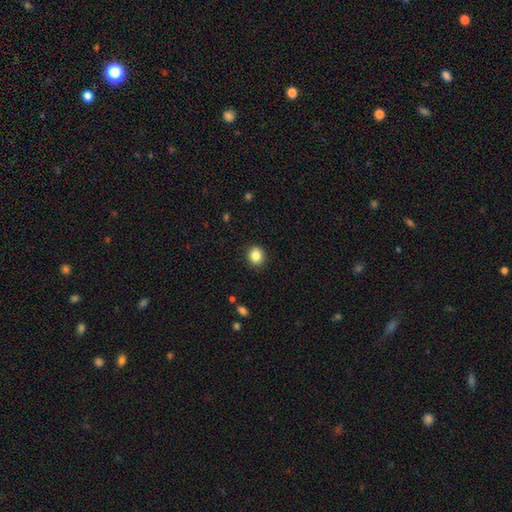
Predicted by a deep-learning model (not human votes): Morphology: type=smooth (85%); roundness=round (77%); merging=none (90%).